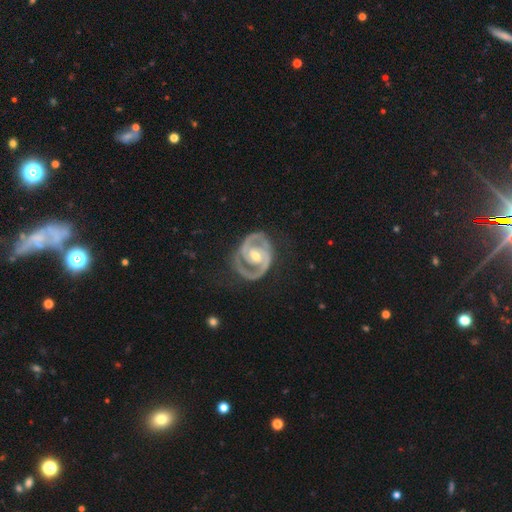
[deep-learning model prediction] Morphology: type=featured or disk (92%); edge-on=no (98%); bar=no (43%); spiral arms=yes (96%); winding=tight (54%); arm count=2 (88%); bulge=moderate (67%); merging=none (74%).